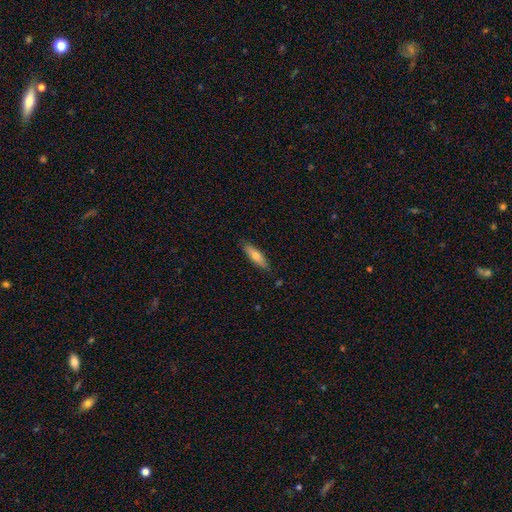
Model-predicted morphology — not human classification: smooth 69%, featured or disk 26%, star or artifact 6%. Down the decision tree: how rounded — cigar-shaped (66%); merging — none (85%).